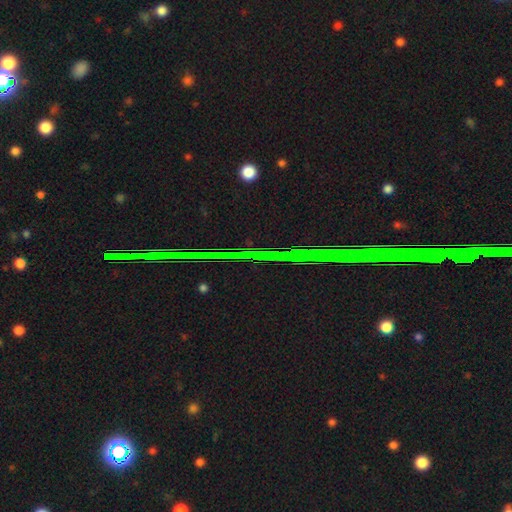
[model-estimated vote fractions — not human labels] Smooth or featured? star or artifact (87%)